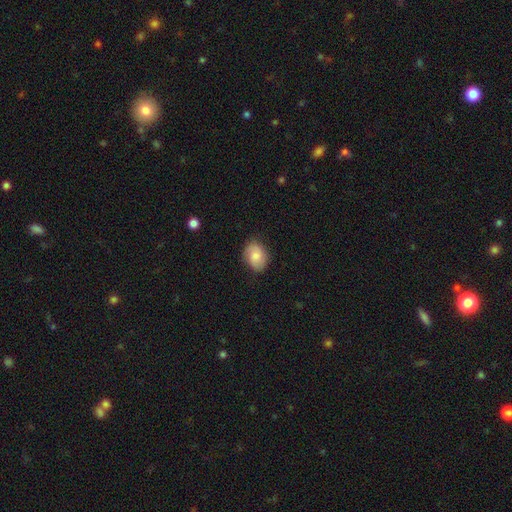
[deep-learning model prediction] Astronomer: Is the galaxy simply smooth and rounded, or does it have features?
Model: smooth — 68%.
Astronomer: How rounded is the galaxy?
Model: in between — 65%.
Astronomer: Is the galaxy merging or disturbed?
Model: none — 79%.